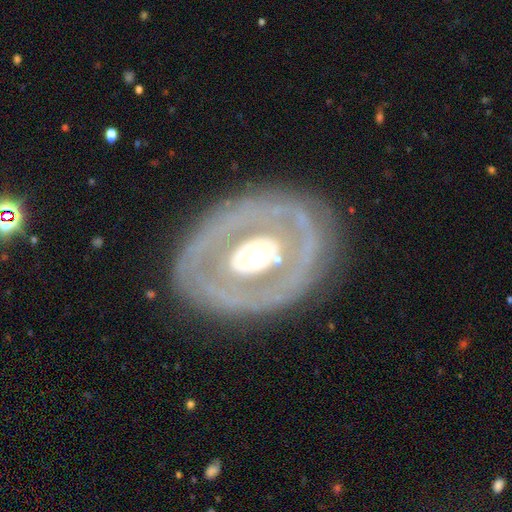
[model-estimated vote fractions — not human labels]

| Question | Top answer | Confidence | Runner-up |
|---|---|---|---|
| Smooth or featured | featured or disk | 77% | smooth (19%) |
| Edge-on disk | no | 95% | yes (5%) |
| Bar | no | 78% | weak (14%) |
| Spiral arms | no | 62% | yes (38%) |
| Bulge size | moderate | 62% | large (28%) |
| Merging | none | 79% | minor disturbance (13%) |